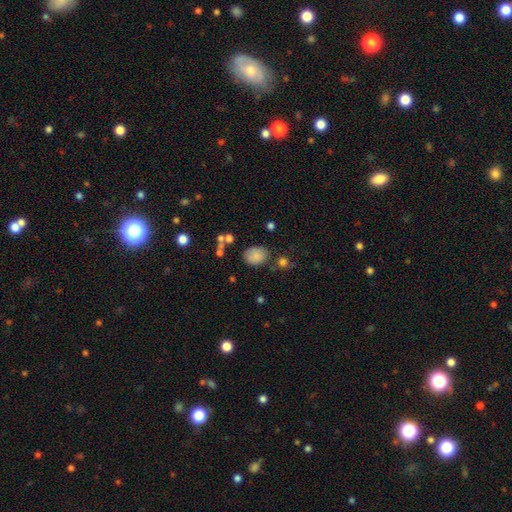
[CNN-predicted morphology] Smooth or featured? Predicted: smooth (p=0.82). How rounded? Predicted: in between (p=0.58). Merging? Predicted: none (p=0.71).